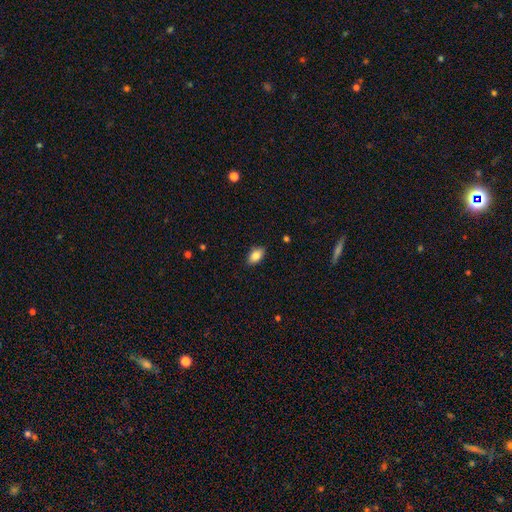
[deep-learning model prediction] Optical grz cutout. It shows a smooth galaxy with no disk features (84%) that is in between round and cigar-shaped (91%). Merging: none (87%).